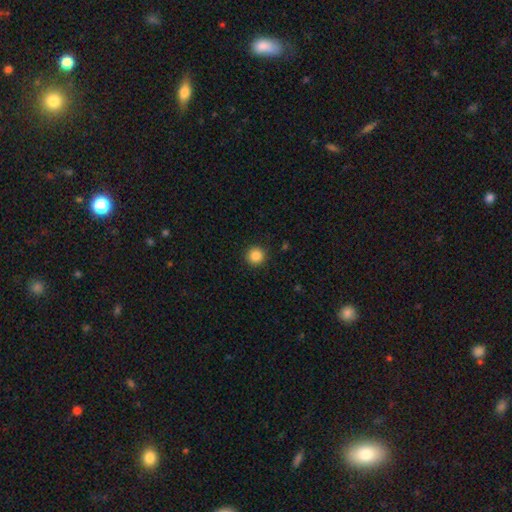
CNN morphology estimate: A smooth galaxy with no disk features (86%) that is round (95%).

Vote fractions:
- Smooth or featured? smooth: 86% / star or artifact: 10% / featured or disk: 3%
- How rounded? round: 95% / in between: 4% / cigar-shaped: 1%
- Merging? none: 92% / minor disturbance: 5% / major disturbance: 2% / merger: 1%